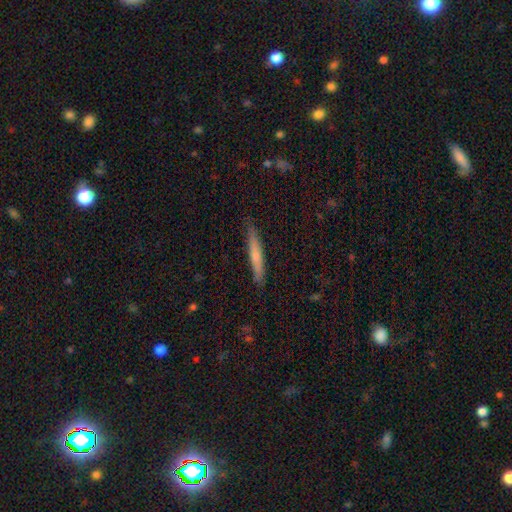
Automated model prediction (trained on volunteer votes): The model was most divided on "smooth or featured": smooth: 65%, featured or disk: 30%, star or artifact: 6%. More confident: how rounded — cigar-shaped (95%); merging — none (87%).